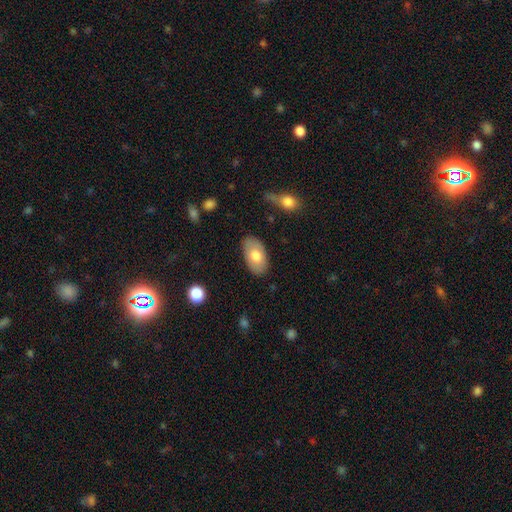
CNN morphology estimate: Q: Smooth or featured?
A: smooth (72%); runner-up: featured or disk (23%)
Q: How rounded?
A: in between (94%); runner-up: round (5%)
Q: Merging?
A: none (84%); runner-up: minor disturbance (12%)